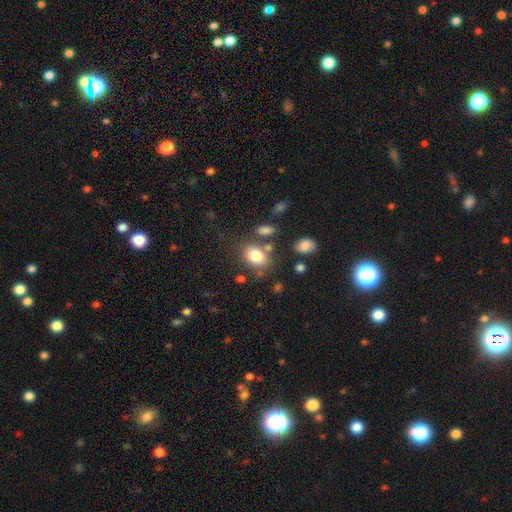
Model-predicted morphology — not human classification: smooth_or_featured: smooth (p=0.80) [alt: featured or disk p=0.10]
how_rounded: in between (p=0.73) [alt: round p=0.26]
merging: none (p=0.66) [alt: minor disturbance p=0.15]